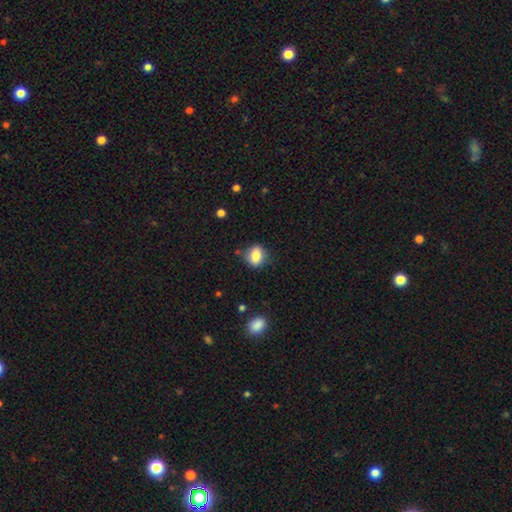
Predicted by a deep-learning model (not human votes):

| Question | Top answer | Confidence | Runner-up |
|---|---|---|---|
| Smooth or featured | smooth | 79% | featured or disk (12%) |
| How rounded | round | 51% | in between (48%) |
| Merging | none | 80% | minor disturbance (14%) |